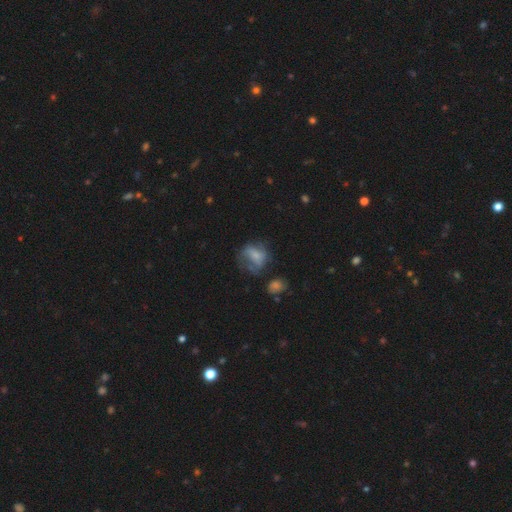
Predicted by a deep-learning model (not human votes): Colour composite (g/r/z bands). It shows a smooth galaxy with no disk features (52%) that is round (51%). Merging: none (38%).